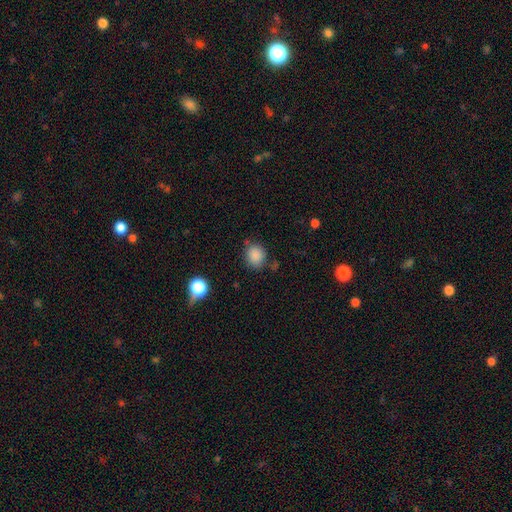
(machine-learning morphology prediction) This is clearly a smooth galaxy (86%). How rounded: likely round (73%). Merging: likely none (74%).